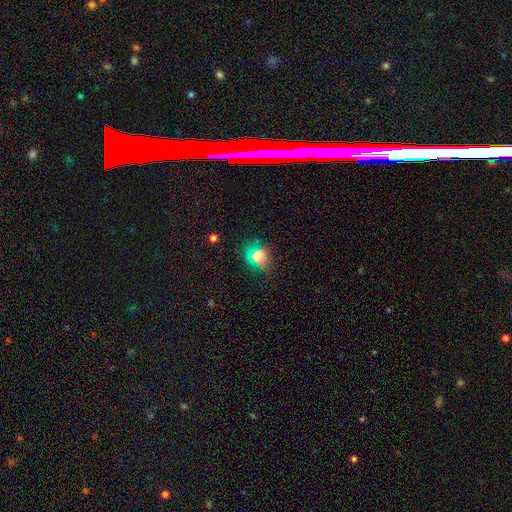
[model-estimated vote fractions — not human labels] This is likely a smooth galaxy (67%). How rounded: likely round (63%). Merging: likely none (77%).